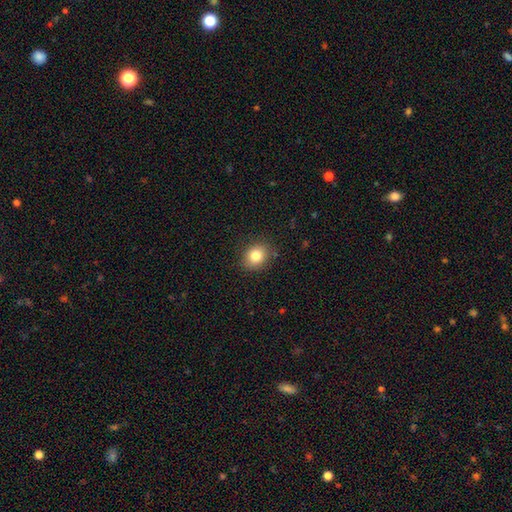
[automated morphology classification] Smooth or featured? smooth (82%)
How rounded? round (59%)
Merging? none (86%)